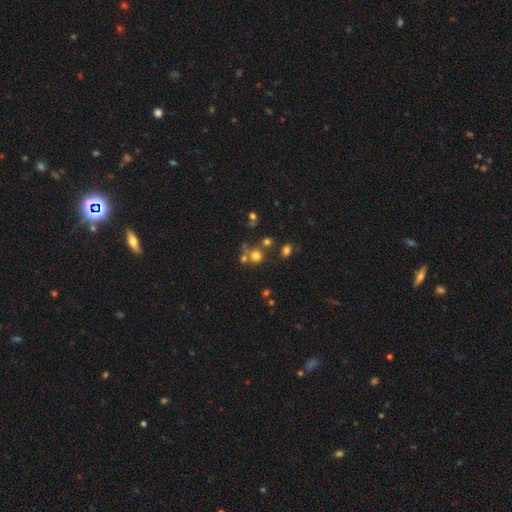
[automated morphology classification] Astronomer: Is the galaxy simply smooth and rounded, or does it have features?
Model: smooth — 69%.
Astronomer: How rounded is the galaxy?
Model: round — 87%.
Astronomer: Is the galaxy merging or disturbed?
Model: none — 58%.